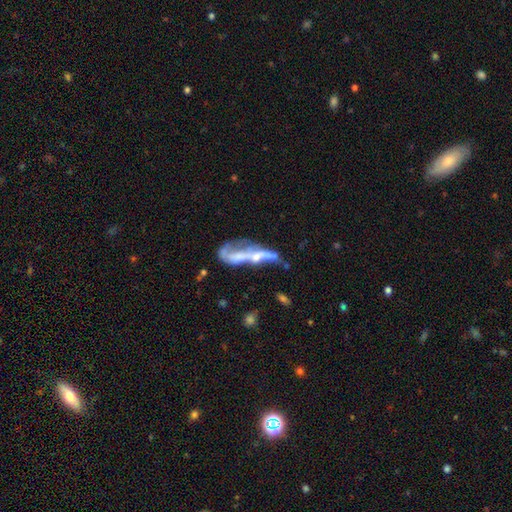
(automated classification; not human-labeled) A featured or disk galaxy (69%) with no bar (58%), spiral arms (54%) and a small central bulge (38%). Merging: major disturbance (34%).